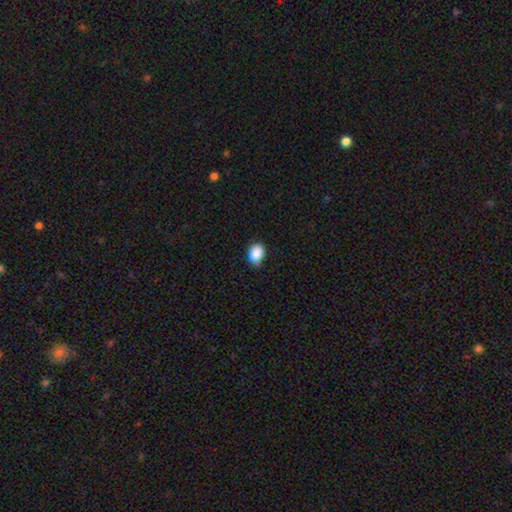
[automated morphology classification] Smooth or featured? Predicted: smooth (p=0.86). How rounded? Predicted: in between (p=0.71). Merging? Predicted: none (p=0.65).